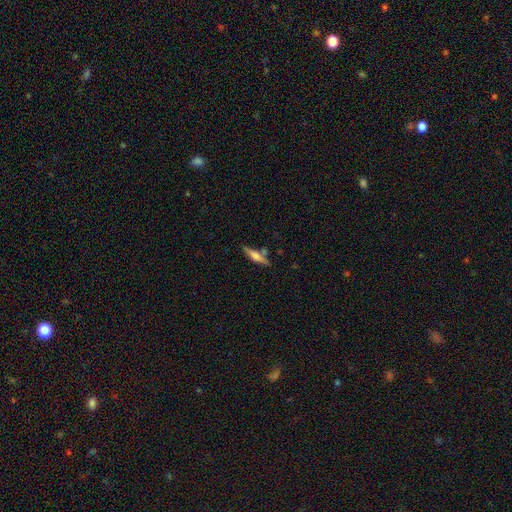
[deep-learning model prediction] smooth-or-featured: featured or disk: 53% | smooth: 40% | star or artifact: 7%
  disk-edge-on: yes: 96% | no: 4%
    edge-on-bulge: rounded: 75% | boxy: 17% | none: 8%
  merging: none: 75% | minor disturbance: 13% | merger: 9% | major disturbance: 3%